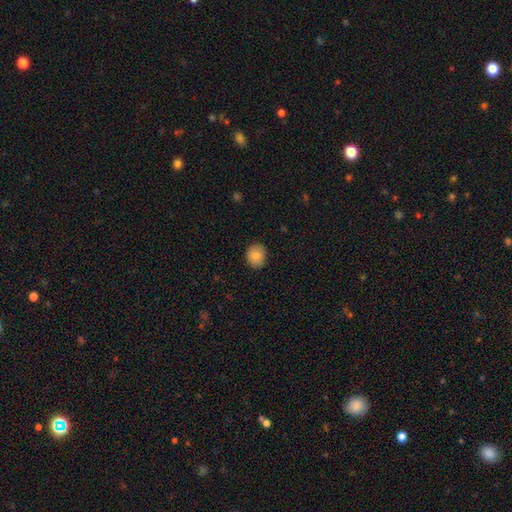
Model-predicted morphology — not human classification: A smooth galaxy with no disk features (81%) that is round (75%). Merging: none (87%).